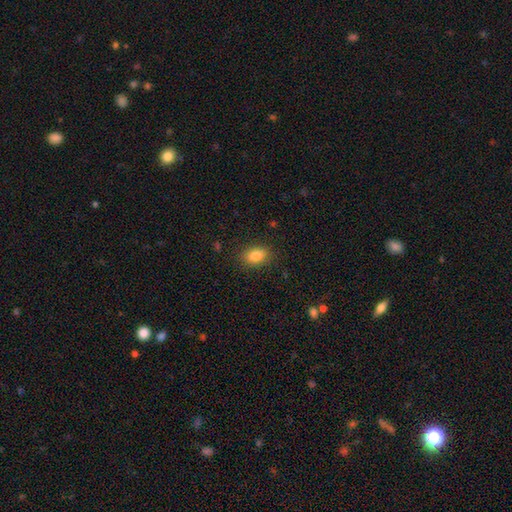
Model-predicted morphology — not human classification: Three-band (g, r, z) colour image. It shows a smooth galaxy with no disk features (85%) that is in between round and cigar-shaped (84%). Merging: none (86%).